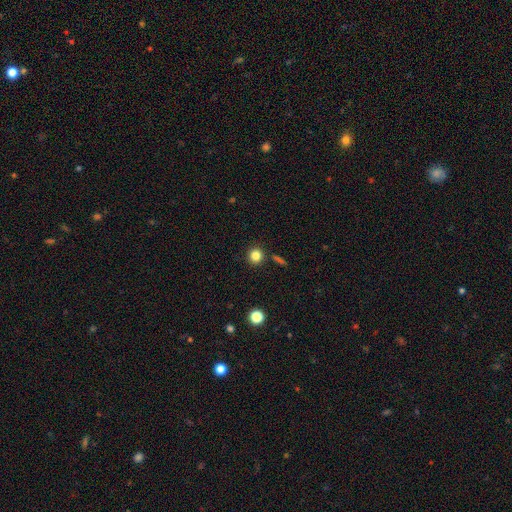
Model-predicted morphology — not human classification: Overall: smooth (82%). How rounded: round (93%). Merging: none (88%).